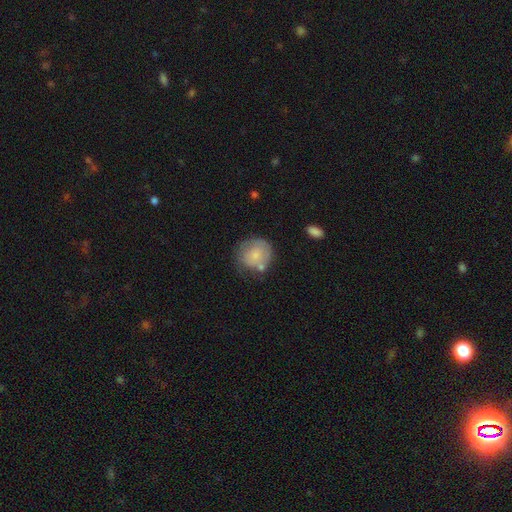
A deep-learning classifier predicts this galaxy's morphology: smooth 73%, featured or disk 19%, star or artifact 7%. Down the decision tree: how rounded — round (87%); merging — none (57%).